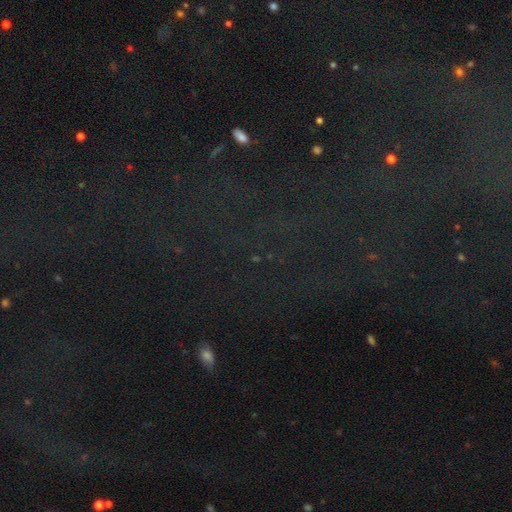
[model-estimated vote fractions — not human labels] smooth_or_featured: star or artifact (p=0.80) [alt: smooth p=0.11]